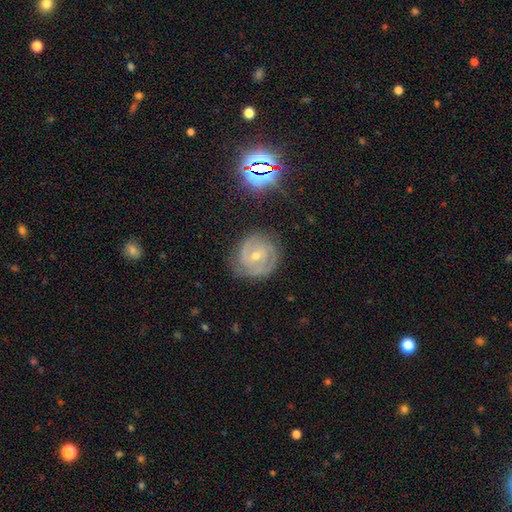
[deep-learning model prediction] The model was most divided on "bar": no: 45%, weak: 41%, strong: 13%. More confident: edge-on disk — no (97%); spiral arms — yes (89%); smooth or featured — featured or disk (77%); merging — none (72%); spiral winding — tight (62%); bulge size — small (55%); spiral arm count — 2 (54%).